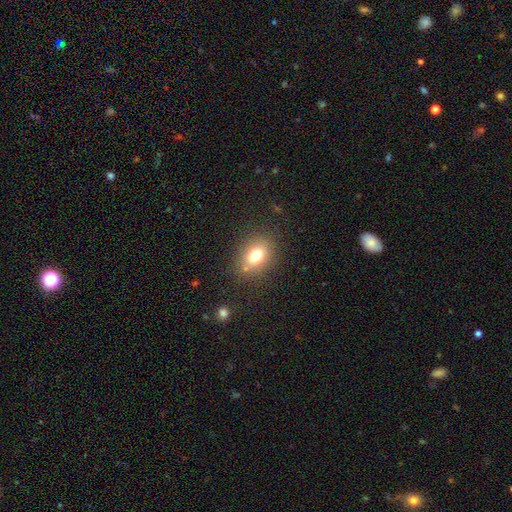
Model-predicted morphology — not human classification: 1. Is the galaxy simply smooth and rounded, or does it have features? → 78% smooth, 11% star or artifact, 11% featured or disk.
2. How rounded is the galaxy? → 70% in between, 29% round, 1% cigar-shaped.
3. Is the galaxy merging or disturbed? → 78% none, 13% minor disturbance, 4% merger, 4% major disturbance.